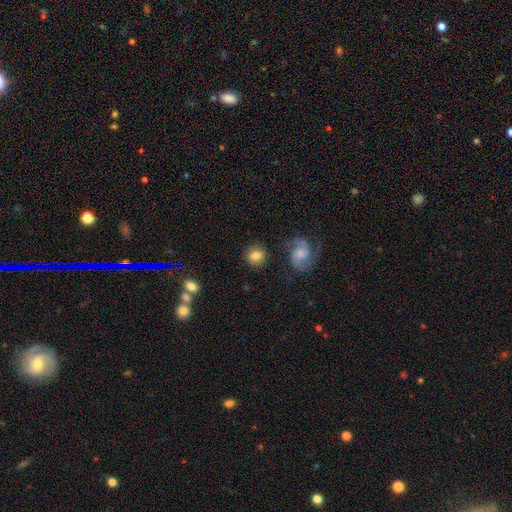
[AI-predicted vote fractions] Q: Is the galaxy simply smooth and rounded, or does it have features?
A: smooth — 76%.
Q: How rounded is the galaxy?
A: round — 86%.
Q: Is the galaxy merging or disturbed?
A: none — 84%.